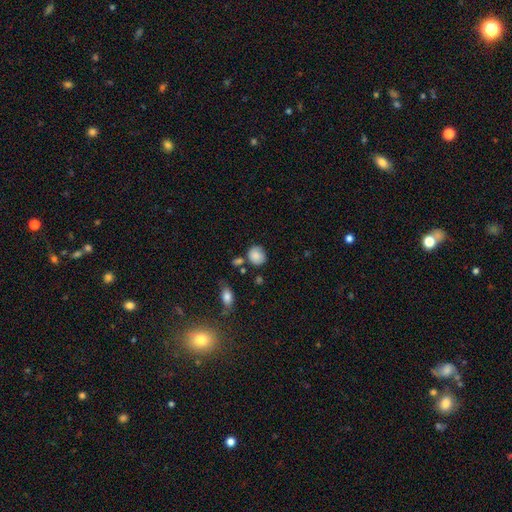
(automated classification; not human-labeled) Smooth or featured?
  - smooth: 83% *
  - featured or disk: 9%
  - star or artifact: 8%
How rounded?
  - round: 77% *
  - in between: 22%
  - cigar-shaped: 1%
Merging?
  - none: 67% *
  - minor disturbance: 21%
  - merger: 6%
  - major disturbance: 6%